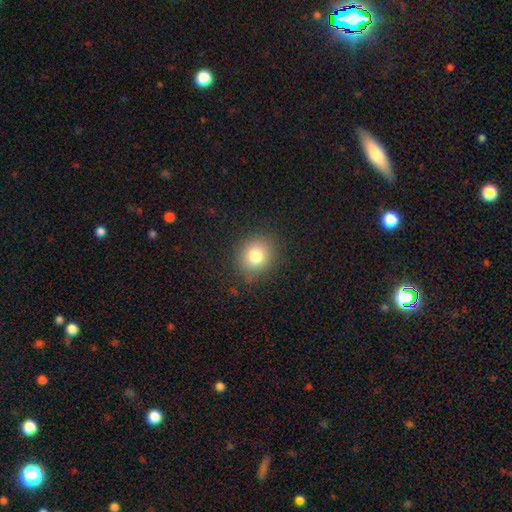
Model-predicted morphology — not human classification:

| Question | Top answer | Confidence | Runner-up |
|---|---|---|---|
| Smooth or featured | smooth | 79% | star or artifact (12%) |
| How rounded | round | 78% | in between (21%) |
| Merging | none | 85% | minor disturbance (10%) |